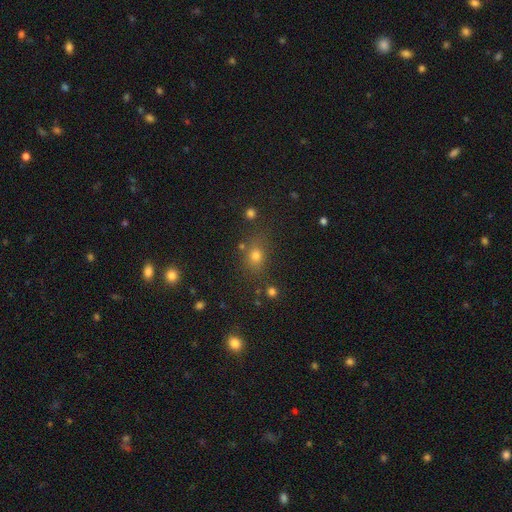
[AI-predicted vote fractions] Smooth or featured: smooth — 70% (star or artifact — 21%)
How rounded: round — 57% (in between — 41%)
Merging: none — 73% (minor disturbance — 14%)